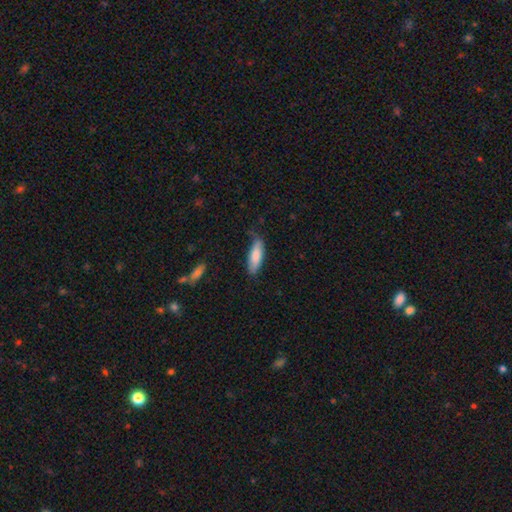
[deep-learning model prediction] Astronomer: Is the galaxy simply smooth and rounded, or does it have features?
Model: smooth — 82%.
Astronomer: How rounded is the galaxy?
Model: in between — 57% (runner-up: cigar-shaped, 41%).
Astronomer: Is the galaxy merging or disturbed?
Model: none — 67%.